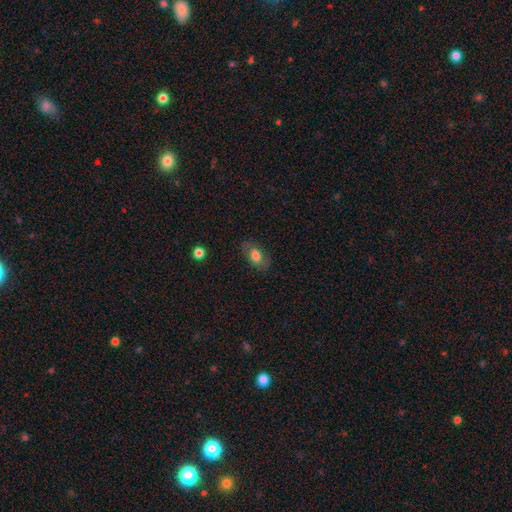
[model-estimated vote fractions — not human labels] Smooth or featured: smooth — 71% (featured or disk — 20%)
How rounded: in between — 86% (round — 11%)
Merging: none — 77% (minor disturbance — 16%)